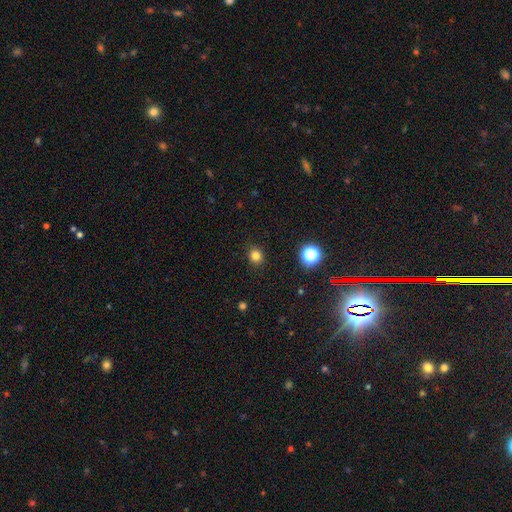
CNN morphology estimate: Q: Smooth or featured?
A: smooth (80%); runner-up: star or artifact (15%)
Q: How rounded?
A: round (83%); runner-up: in between (16%)
Q: Merging?
A: none (91%); runner-up: minor disturbance (6%)